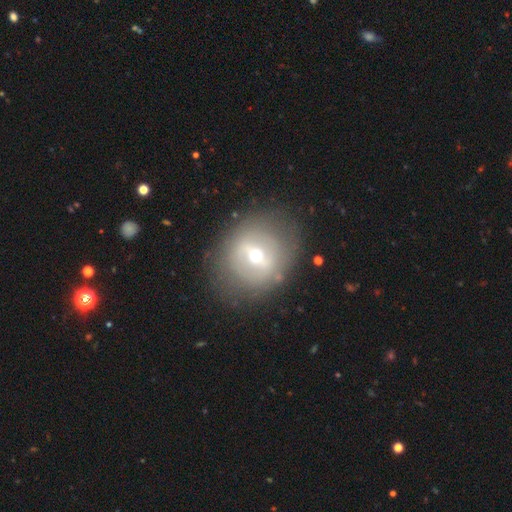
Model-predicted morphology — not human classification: Smooth or featured? featured or disk (58%)
Edge-on disk? no (92%)
Bar? weak (41%)
Spiral arms? no (74%)
Bulge size? small (51%)
Merging? none (79%)